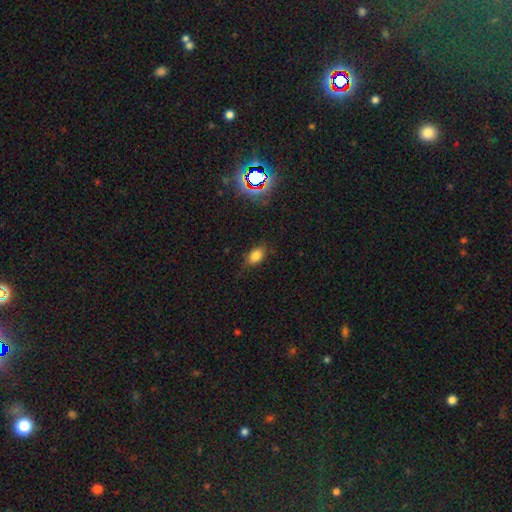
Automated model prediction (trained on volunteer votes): Morphology: type=smooth (77%); roundness=in between (83%); merging=none (77%).